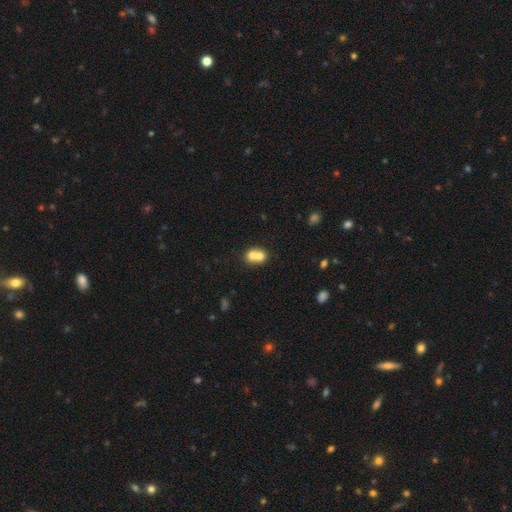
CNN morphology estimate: Smooth or featured? Predicted: smooth (p=0.69). How rounded? Predicted: round (p=0.69). Merging? Predicted: merger (p=0.69).